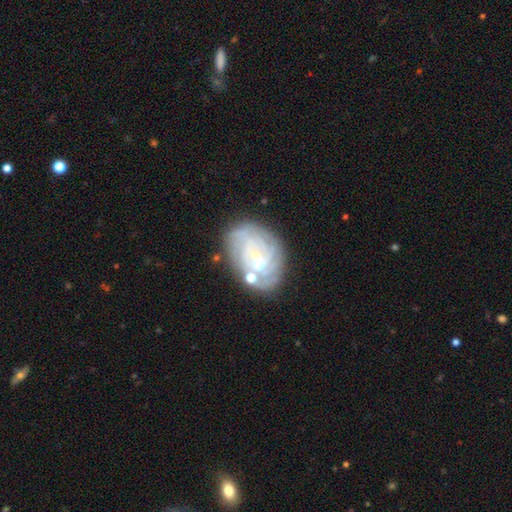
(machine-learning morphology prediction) Smooth or featured?
  - featured or disk: 73% *
  - smooth: 16%
  - star or artifact: 11%
Edge-on disk?
  - no: 97% *
  - yes: 3%
Bar?
  - no: 63% *
  - weak: 29%
  - strong: 8%
Spiral arms?
  - yes: 82% *
  - no: 18%
Spiral winding?
  - tight: 69% *
  - medium: 22%
  - loose: 9%
Spiral arm count?
  - can't tell: 46% *
  - 2: 15%
  - 3: 12%
  - 4: 11%
  - more than 4: 10%
  - 1: 6%
Bulge size?
  - small: 52% *
  - moderate: 40%
  - large: 3%
  - none: 3%
  - dominant: 1%
Merging?
  - none: 71% *
  - minor disturbance: 16%
  - major disturbance: 7%
  - merger: 6%